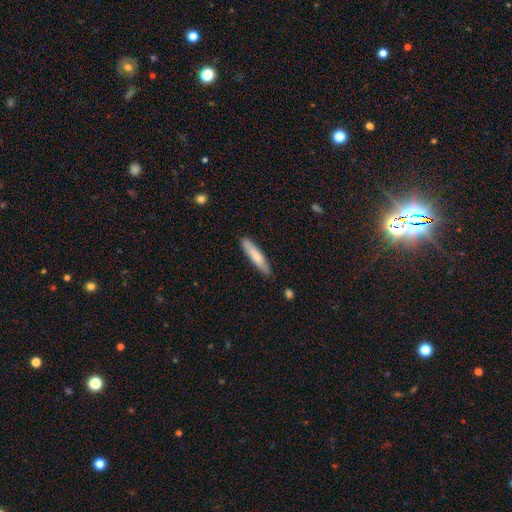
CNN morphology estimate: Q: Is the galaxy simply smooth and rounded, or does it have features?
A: smooth — 74%.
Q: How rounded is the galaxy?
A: cigar-shaped — 86%.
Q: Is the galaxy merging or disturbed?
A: none — 84%.